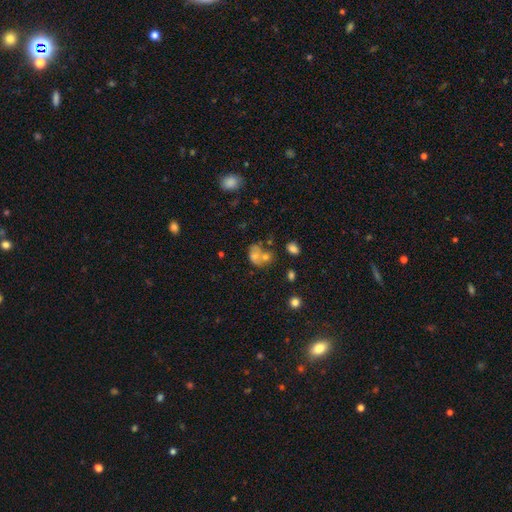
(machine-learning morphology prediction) Smooth or featured? smooth (52%)
How rounded? in between (54%)
Merging? merger (49%)